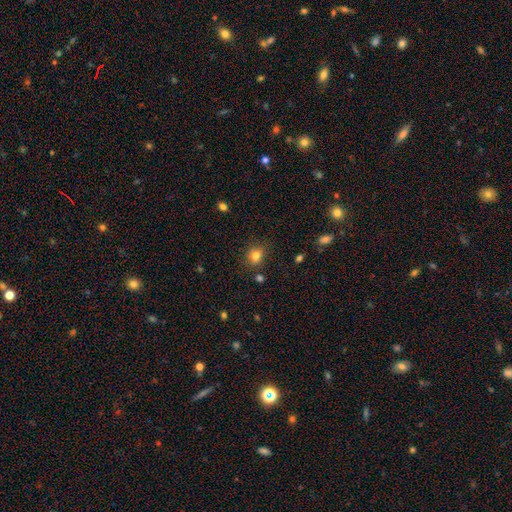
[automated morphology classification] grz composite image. It shows a smooth galaxy with no disk features (80%) that is round (57%). Merging: none (81%).